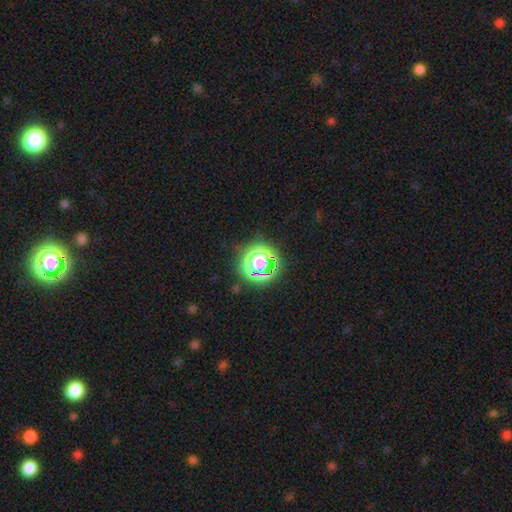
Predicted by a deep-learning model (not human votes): A star or artifact, not a galaxy (68%).

Vote fractions:
- Smooth or featured? star or artifact: 68% / smooth: 23% / featured or disk: 9%